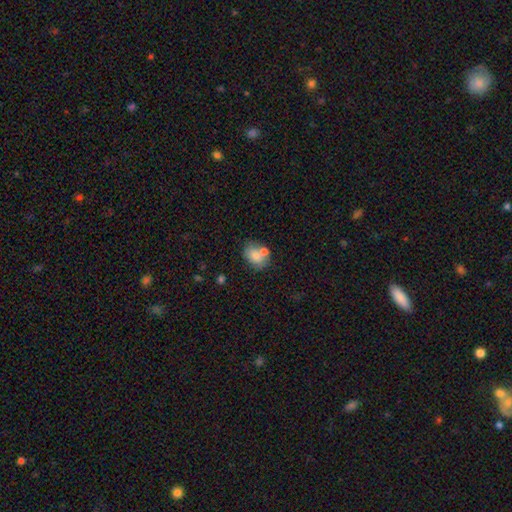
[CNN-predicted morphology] This appears to be a smooth galaxy with no disk features (76%) that is in between round and cigar-shaped (67%). Merging: none (52%).